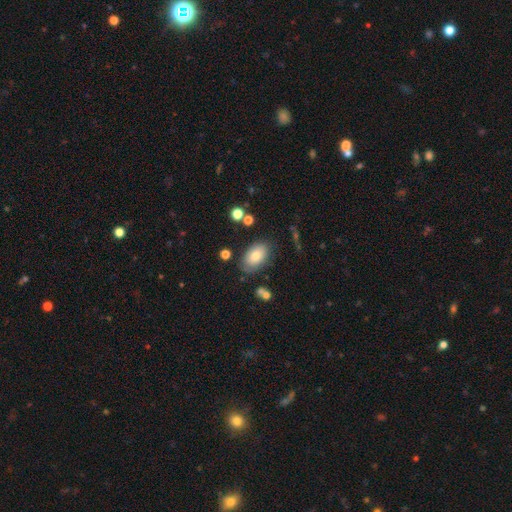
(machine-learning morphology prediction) Overall: smooth (76%). How rounded: in between (91%). Merging: none (73%).